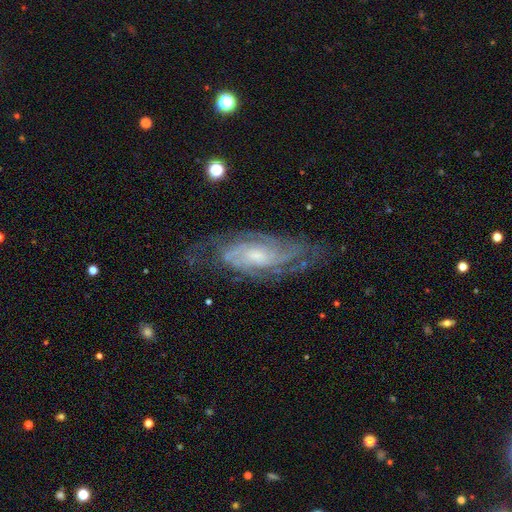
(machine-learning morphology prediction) Smooth or featured?
  - featured or disk: 84% *
  - smooth: 9%
  - star or artifact: 7%
Edge-on disk?
  - no: 91% *
  - yes: 9%
Bar?
  - no: 61% *
  - weak: 33%
  - strong: 6%
Spiral arms?
  - yes: 95% *
  - no: 5%
Spiral winding?
  - tight: 56% *
  - medium: 36%
  - loose: 8%
Spiral arm count?
  - can't tell: 37% *
  - 2: 25%
  - 3: 18%
  - 4: 10%
  - more than 4: 5%
  - 1: 5%
Bulge size?
  - small: 49% *
  - moderate: 38%
  - none: 8%
  - large: 4%
  - dominant: 1%
Merging?
  - none: 67% *
  - minor disturbance: 21%
  - major disturbance: 10%
  - merger: 2%